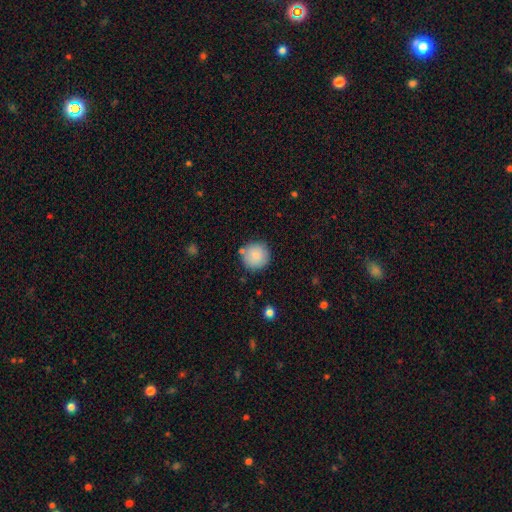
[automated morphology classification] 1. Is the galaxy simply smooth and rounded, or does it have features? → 84% smooth, 8% star or artifact, 8% featured or disk.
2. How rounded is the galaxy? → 95% round, 4% in between, 1% cigar-shaped.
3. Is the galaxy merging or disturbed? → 82% none, 10% minor disturbance, 6% merger, 3% major disturbance.